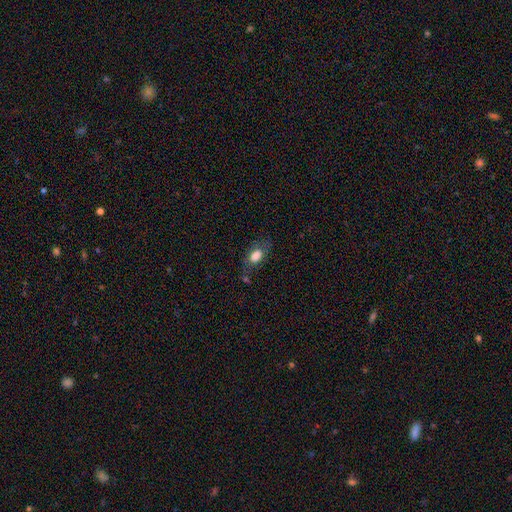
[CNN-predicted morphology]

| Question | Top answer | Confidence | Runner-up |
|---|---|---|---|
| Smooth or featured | smooth | 74% | featured or disk (16%) |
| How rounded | in between | 86% | round (10%) |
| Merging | none | 60% | minor disturbance (23%) |